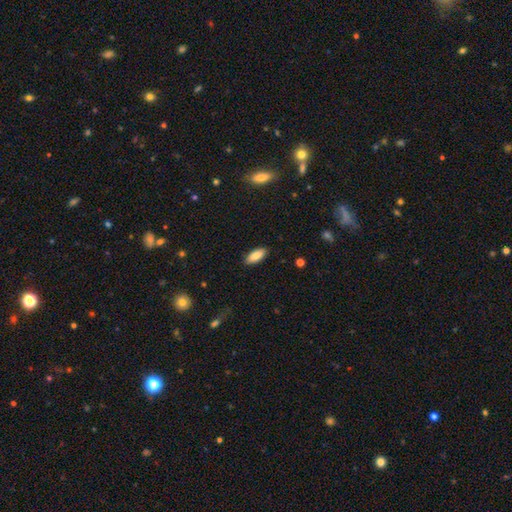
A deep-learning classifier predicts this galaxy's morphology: Smooth or featured? smooth (86%)
How rounded? in between (79%)
Merging? none (88%)